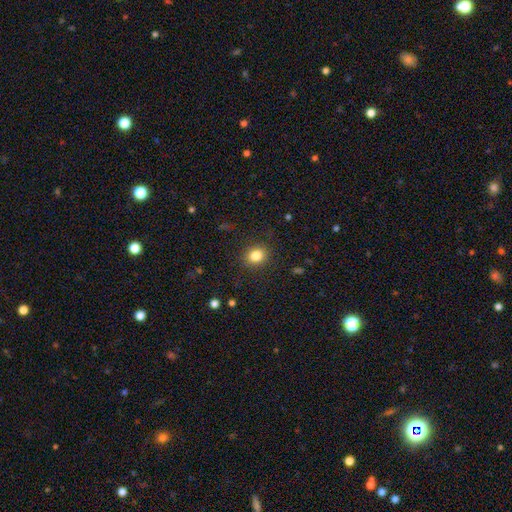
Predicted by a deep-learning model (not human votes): A smooth galaxy with no disk features (83%) that is round (61%).

Vote fractions:
- Smooth or featured? smooth: 83% / star or artifact: 11% / featured or disk: 6%
- How rounded? round: 61% / in between: 38% / cigar-shaped: 1%
- Merging? none: 88% / minor disturbance: 8% / major disturbance: 3% / merger: 1%